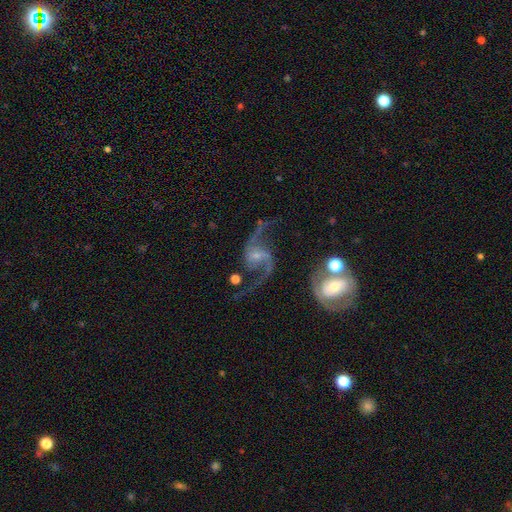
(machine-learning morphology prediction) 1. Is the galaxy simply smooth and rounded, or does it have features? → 89% featured or disk, 7% star or artifact, 4% smooth.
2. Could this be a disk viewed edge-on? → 97% no, 3% yes.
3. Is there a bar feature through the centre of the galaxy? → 44% weak, 37% no, 19% strong.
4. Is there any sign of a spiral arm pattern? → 97% yes, 3% no.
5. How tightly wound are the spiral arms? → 69% loose, 26% medium, 5% tight.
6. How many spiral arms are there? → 93% 2, 2% 1, 2% can't tell, 1% 3, 1% 4, 1% more than 4.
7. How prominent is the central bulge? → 58% small, 27% moderate, 11% none, 3% large, 1% dominant.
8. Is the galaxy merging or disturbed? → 60% none, 16% minor disturbance, 15% major disturbance, 9% merger.